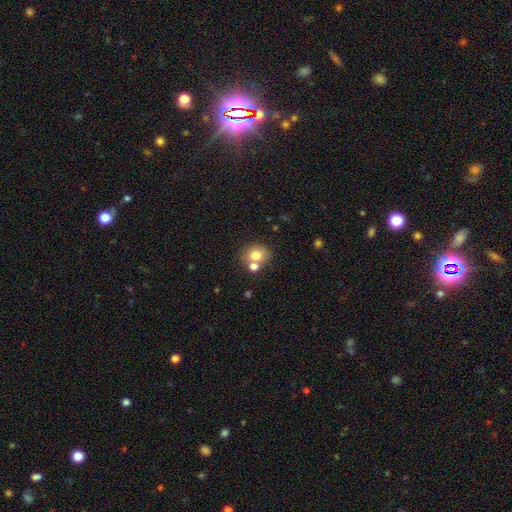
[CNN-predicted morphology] type=smooth (76%); roundness=round (74%); merging=none (55%).